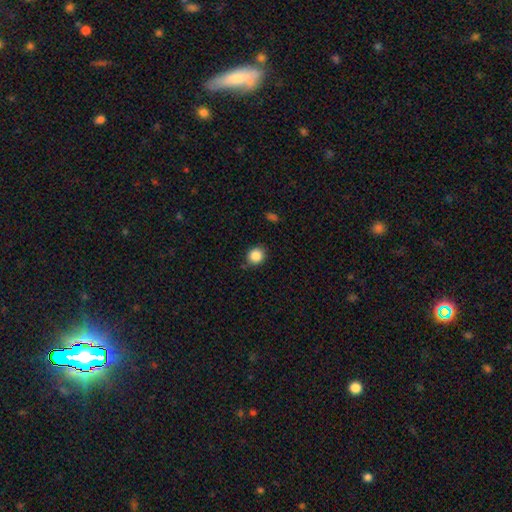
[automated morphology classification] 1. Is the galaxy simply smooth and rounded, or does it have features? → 86% smooth, 10% star or artifact, 4% featured or disk.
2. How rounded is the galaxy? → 82% round, 17% in between, 1% cigar-shaped.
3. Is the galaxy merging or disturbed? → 80% none, 14% minor disturbance, 3% major disturbance, 2% merger.